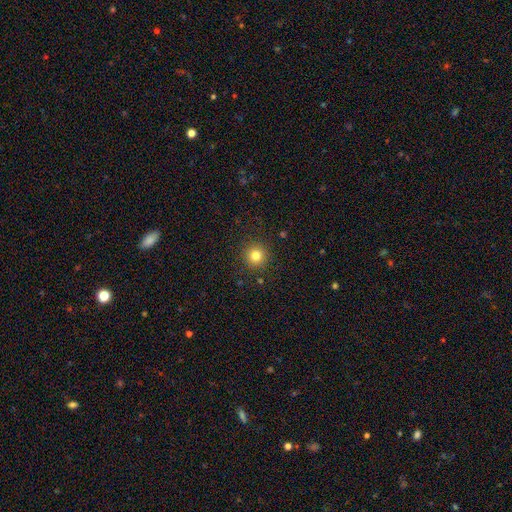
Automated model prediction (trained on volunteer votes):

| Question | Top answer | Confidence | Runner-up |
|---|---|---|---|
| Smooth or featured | smooth | 80% | star or artifact (13%) |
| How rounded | round | 95% | in between (4%) |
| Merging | none | 91% | minor disturbance (6%) |